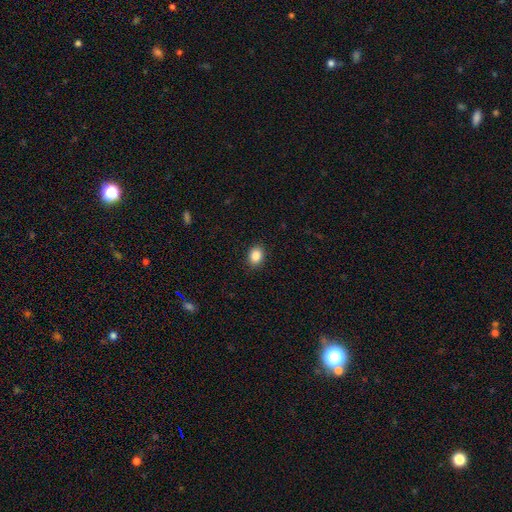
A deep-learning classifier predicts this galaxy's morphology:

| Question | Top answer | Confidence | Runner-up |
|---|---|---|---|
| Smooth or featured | smooth | 87% | star or artifact (9%) |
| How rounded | in between | 64% | round (35%) |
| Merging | none | 91% | minor disturbance (7%) |